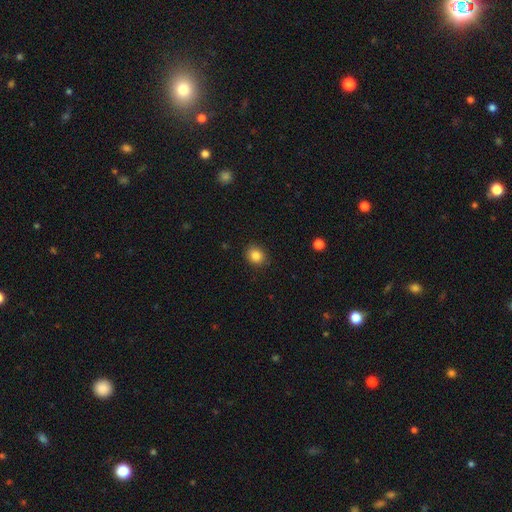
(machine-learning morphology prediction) type=smooth (84%); roundness=round (73%); merging=none (89%).